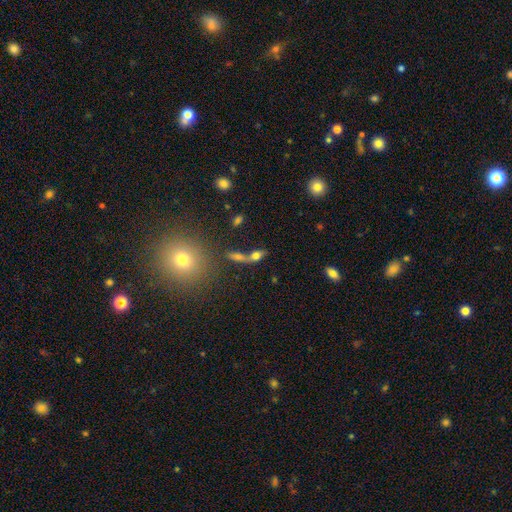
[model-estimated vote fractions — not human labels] Smooth or featured?
  - smooth: 56% *
  - featured or disk: 28%
  - star or artifact: 16%
How rounded?
  - in between: 59% *
  - cigar-shaped: 23%
  - round: 19%
Merging?
  - merger: 51% *
  - none: 27%
  - major disturbance: 11%
  - minor disturbance: 11%